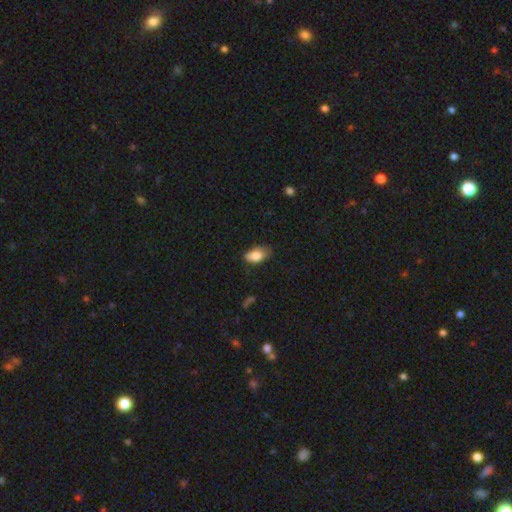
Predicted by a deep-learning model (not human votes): Smooth or featured? smooth (82%)
How rounded? in between (91%)
Merging? none (57%)